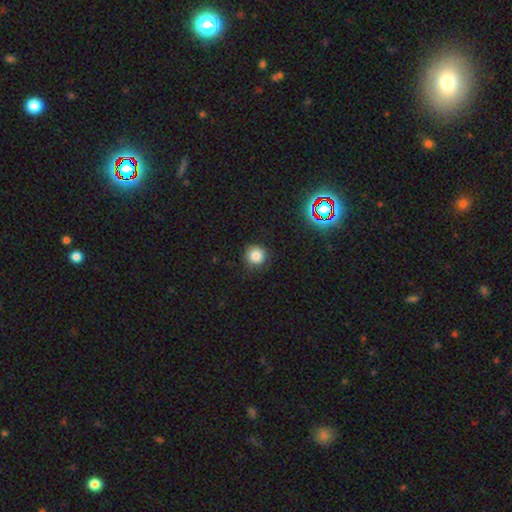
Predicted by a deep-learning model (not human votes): smooth_or_featured: smooth (p=0.80) [alt: star or artifact p=0.14]
how_rounded: round (p=0.94) [alt: in between p=0.05]
merging: none (p=0.85) [alt: minor disturbance p=0.11]